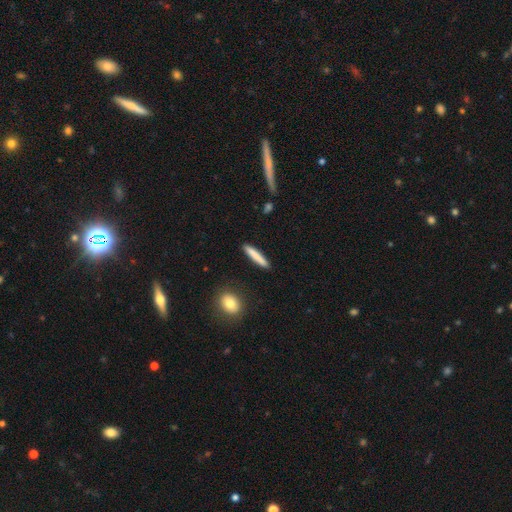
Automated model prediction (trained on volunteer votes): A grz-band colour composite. It shows a smooth galaxy with no disk features (79%) that is cigar-shaped (93%). Merging: none (91%).